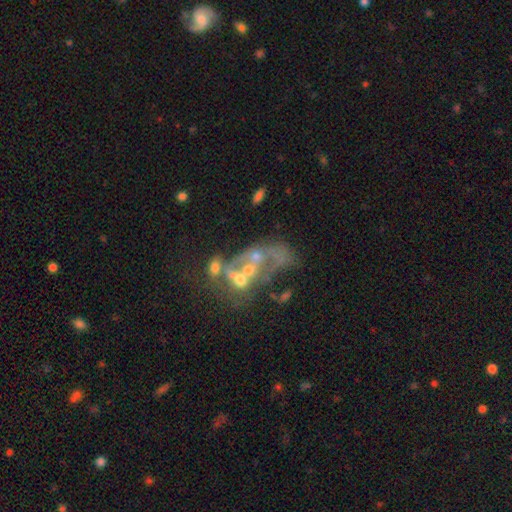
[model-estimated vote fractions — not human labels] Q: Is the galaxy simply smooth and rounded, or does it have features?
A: featured or disk — 56%.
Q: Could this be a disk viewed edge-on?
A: no — 97%.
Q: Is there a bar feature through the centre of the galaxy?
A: no — 87%.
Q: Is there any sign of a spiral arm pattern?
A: no — 83%.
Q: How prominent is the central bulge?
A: none — 37%.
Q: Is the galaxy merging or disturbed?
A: merger — 58%.